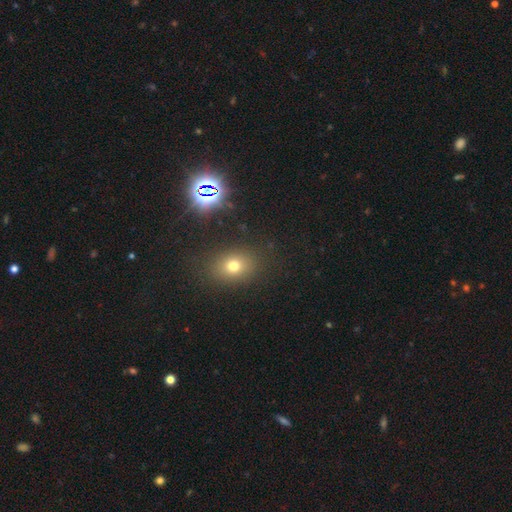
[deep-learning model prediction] Smooth or featured?
  - smooth: 55% *
  - star or artifact: 35%
  - featured or disk: 10%
How rounded?
  - in between: 56% *
  - round: 42%
  - cigar-shaped: 2%
Merging?
  - none: 85% *
  - minor disturbance: 8%
  - merger: 3%
  - major disturbance: 3%